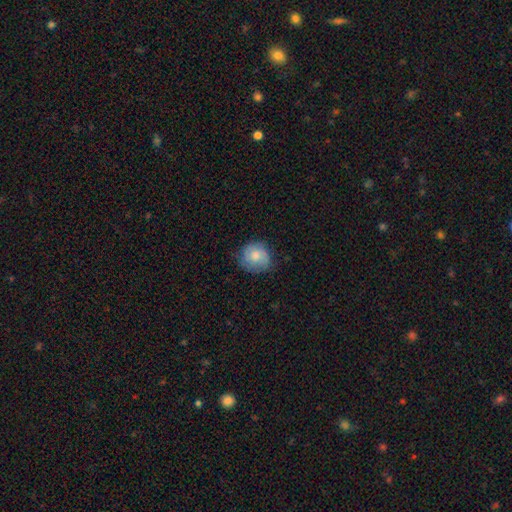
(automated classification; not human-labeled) smooth 75%, featured or disk 18%, star or artifact 7%. Down the decision tree: how rounded — round (79%); merging — none (67%).